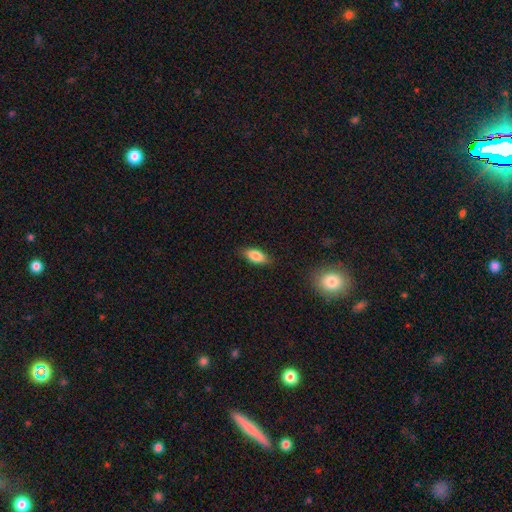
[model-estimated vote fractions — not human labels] The model was most divided on "merging": none: 84%, minor disturbance: 12%, major disturbance: 3%, merger: 1%. More confident: how rounded — in between (85%); smooth or featured — smooth (82%).